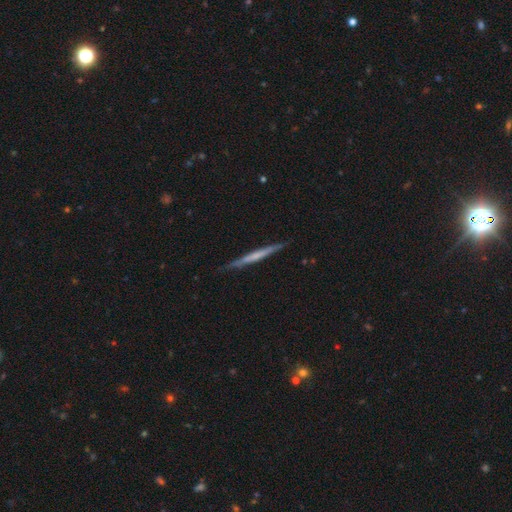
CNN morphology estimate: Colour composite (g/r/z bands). It shows a featured or disk galaxy (55%) viewed edge-on (97%) with no central bulge (77%). Merging: none (87%).